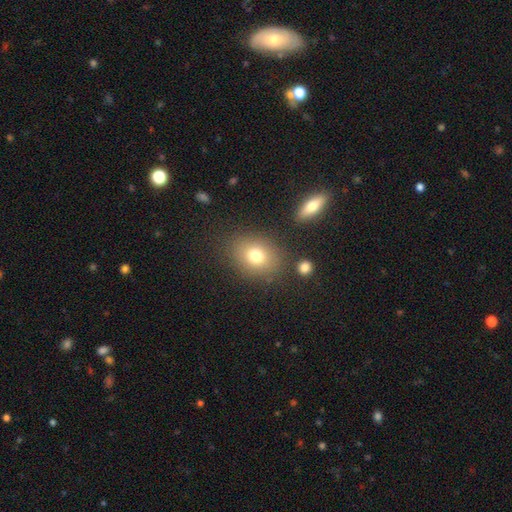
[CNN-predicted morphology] This appears to be a smooth galaxy with no disk features (76%) that is in between round and cigar-shaped (54%). Merging: none (80%).